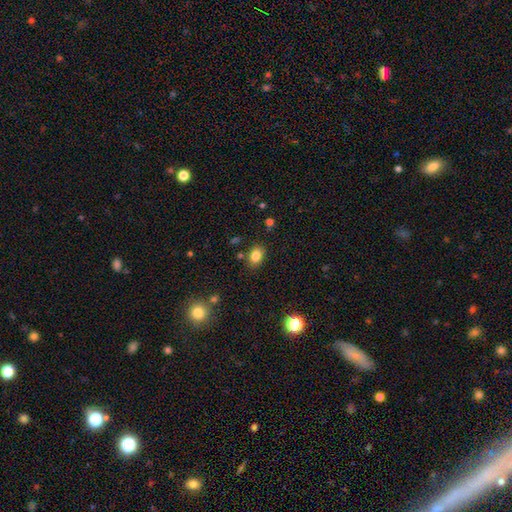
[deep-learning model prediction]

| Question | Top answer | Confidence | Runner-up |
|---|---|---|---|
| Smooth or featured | smooth | 83% | star or artifact (11%) |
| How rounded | in between | 71% | round (28%) |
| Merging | none | 82% | minor disturbance (12%) |